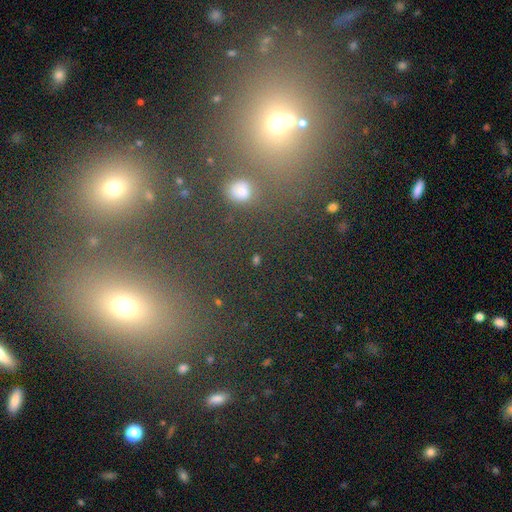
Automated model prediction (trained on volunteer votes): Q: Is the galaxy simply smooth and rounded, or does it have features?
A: smooth — 49%.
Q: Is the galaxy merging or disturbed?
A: none — 71%.